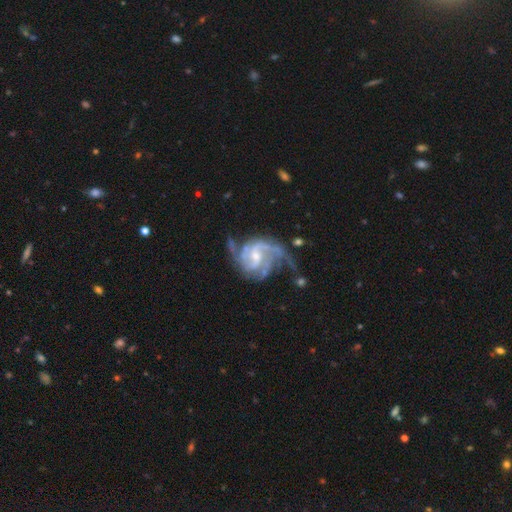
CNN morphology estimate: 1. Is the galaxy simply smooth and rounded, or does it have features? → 89% featured or disk, 6% smooth, 5% star or artifact.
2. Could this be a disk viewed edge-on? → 98% no, 2% yes.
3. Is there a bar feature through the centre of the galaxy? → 51% weak, 33% no, 15% strong.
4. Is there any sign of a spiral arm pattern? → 96% yes, 4% no.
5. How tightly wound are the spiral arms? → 49% medium, 29% loose, 22% tight.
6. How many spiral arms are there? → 50% 2, 19% 3, 14% can't tell, 6% 1, 6% 4, 5% more than 4.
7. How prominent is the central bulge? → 49% small, 41% moderate, 5% none, 3% large, 1% dominant.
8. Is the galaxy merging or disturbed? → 39% none, 33% major disturbance, 21% minor disturbance, 7% merger.